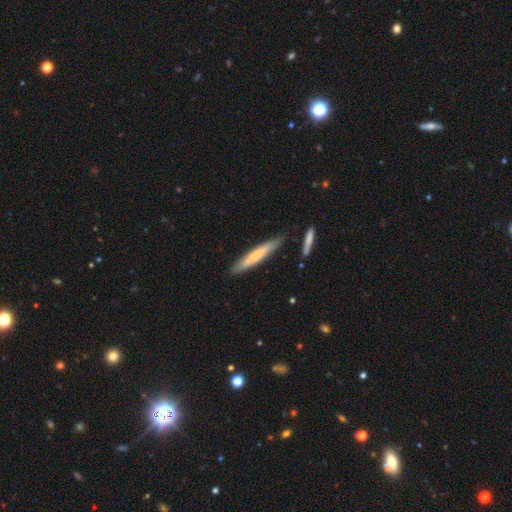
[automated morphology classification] Smooth or featured? Predicted: smooth (p=0.67). How rounded? Predicted: cigar-shaped (p=0.94). Merging? Predicted: none (p=0.84).